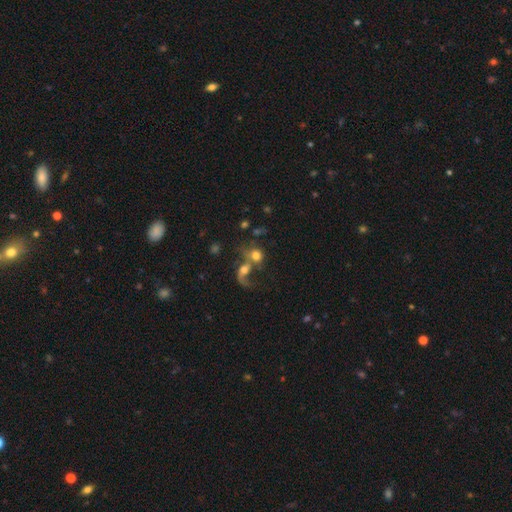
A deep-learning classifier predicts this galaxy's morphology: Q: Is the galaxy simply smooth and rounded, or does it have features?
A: smooth — 60%.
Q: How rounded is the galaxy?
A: round — 66%.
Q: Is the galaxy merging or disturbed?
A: merger — 67%.